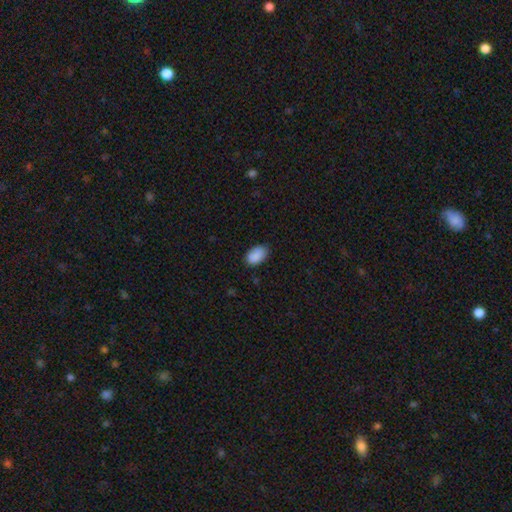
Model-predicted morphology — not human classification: Smooth or featured?
  - smooth: 88% *
  - star or artifact: 7%
  - featured or disk: 4%
How rounded?
  - in between: 88% *
  - round: 11%
  - cigar-shaped: 1%
Merging?
  - none: 78% *
  - minor disturbance: 18%
  - major disturbance: 3%
  - merger: 1%